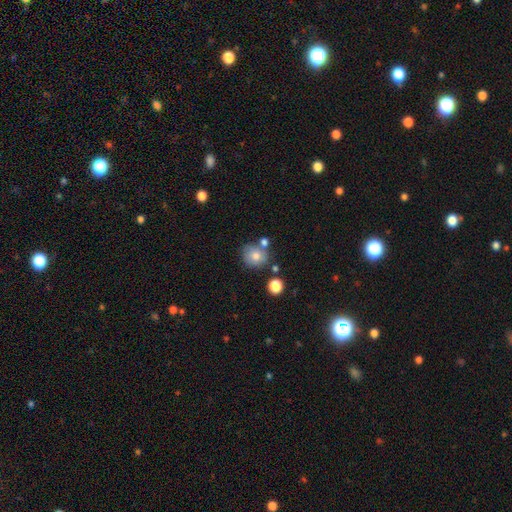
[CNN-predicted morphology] smooth_or_featured: smooth (p=0.74) [alt: featured or disk p=0.15]
how_rounded: round (p=0.82) [alt: in between p=0.17]
merging: none (p=0.63) [alt: merger p=0.18]